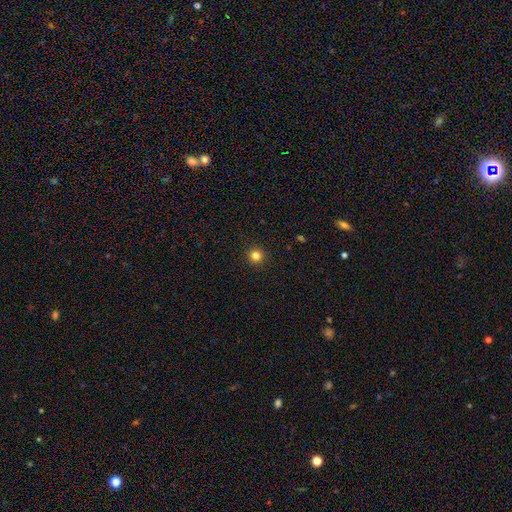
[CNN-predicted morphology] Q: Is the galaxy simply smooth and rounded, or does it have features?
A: smooth — 82%.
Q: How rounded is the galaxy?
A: round — 94%.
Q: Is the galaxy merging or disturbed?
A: none — 92%.